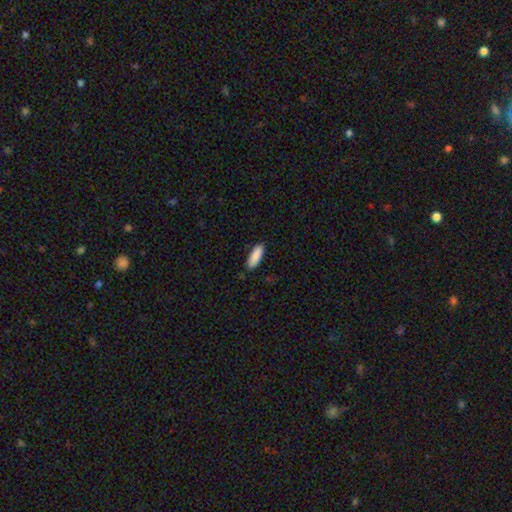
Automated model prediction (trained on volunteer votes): Overall: smooth (90%). How rounded: in between (63%; cigar-shaped 35%). Merging: none (87%).